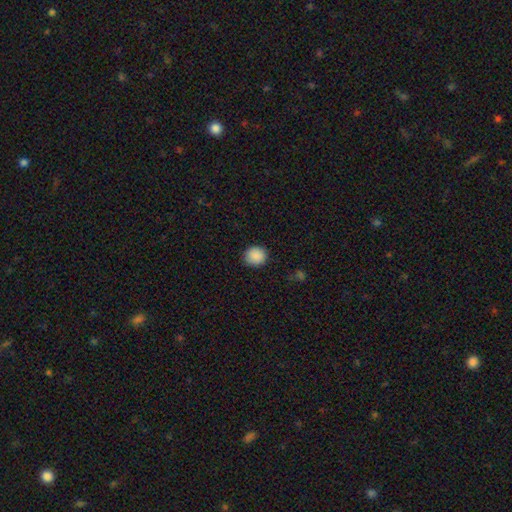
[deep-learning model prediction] Smooth or featured? smooth (89%)
How rounded? round (86%)
Merging? none (90%)